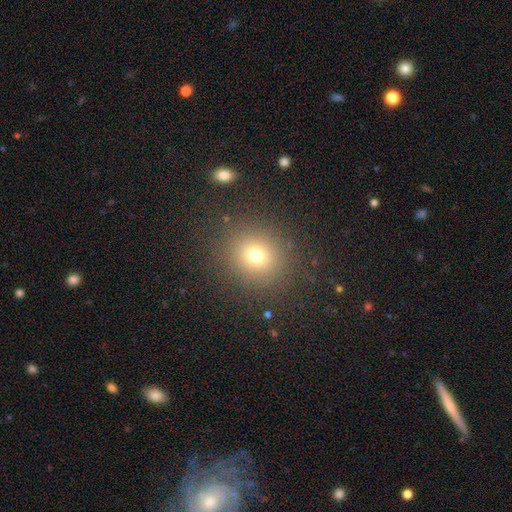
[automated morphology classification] Overall: smooth (73%). How rounded: round (84%). Merging: none (87%).